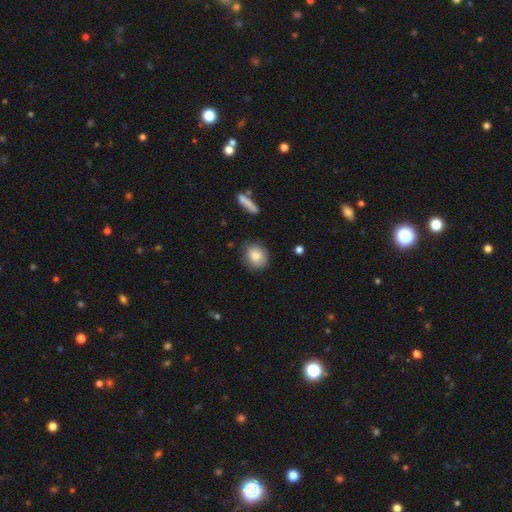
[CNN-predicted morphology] A smooth galaxy with no disk features (85%) that is round (67%).

Vote fractions:
- Smooth or featured? smooth: 85% / featured or disk: 8% / star or artifact: 7%
- How rounded? round: 67% / in between: 31% / cigar-shaped: 2%
- Merging? none: 80% / minor disturbance: 15% / major disturbance: 3% / merger: 2%